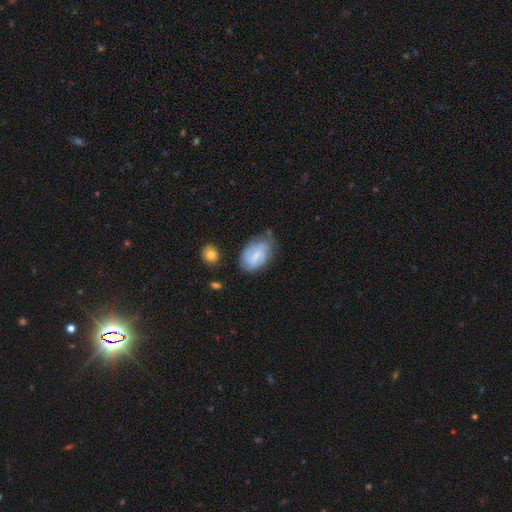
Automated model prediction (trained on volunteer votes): Morphology: type=featured or disk (48%); merging=none (54%).